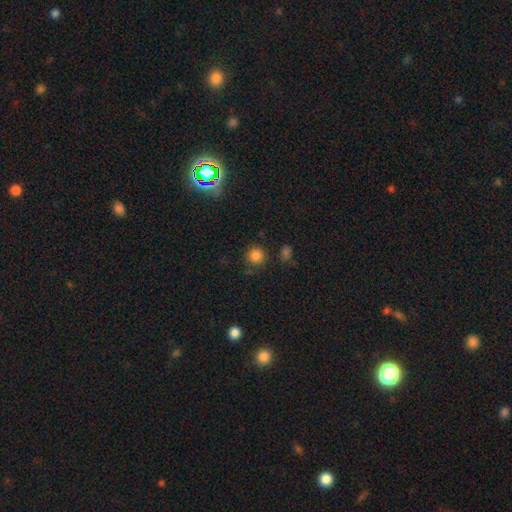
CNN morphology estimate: Smooth or featured: smooth — 81% (star or artifact — 14%)
How rounded: round — 92% (in between — 7%)
Merging: none — 80% (minor disturbance — 11%)